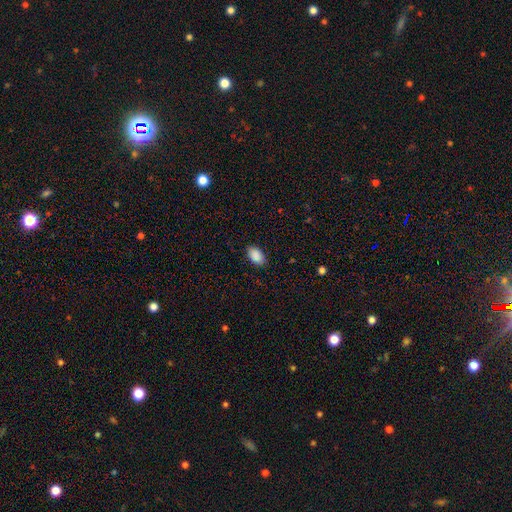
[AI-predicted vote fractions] Morphology: type=smooth (90%); roundness=in between (93%); merging=none (87%).